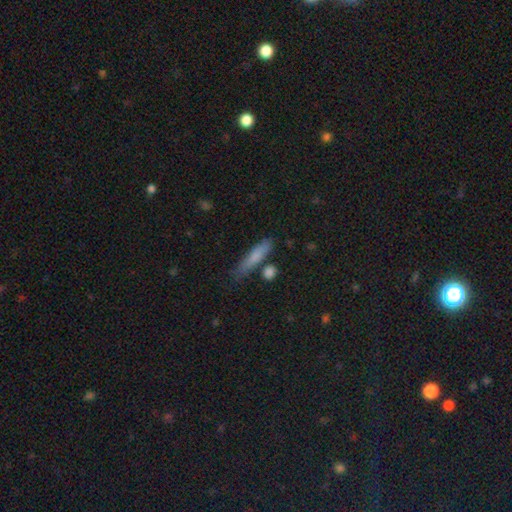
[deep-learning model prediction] Smooth or featured? Predicted: smooth (p=0.76). How rounded? Predicted: cigar-shaped (p=0.82). Merging? Predicted: none (p=0.71).